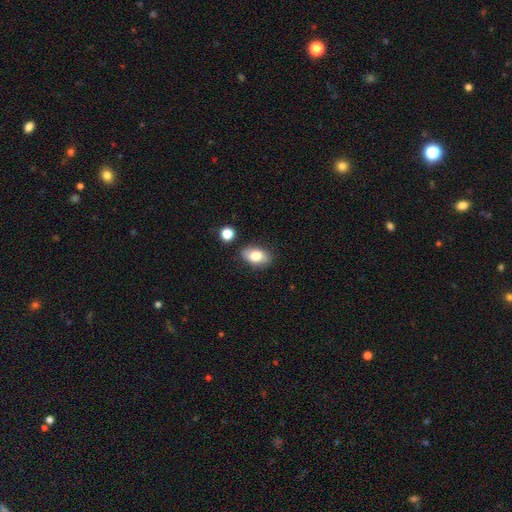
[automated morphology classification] type=smooth (79%); roundness=in between (87%); merging=none (81%).